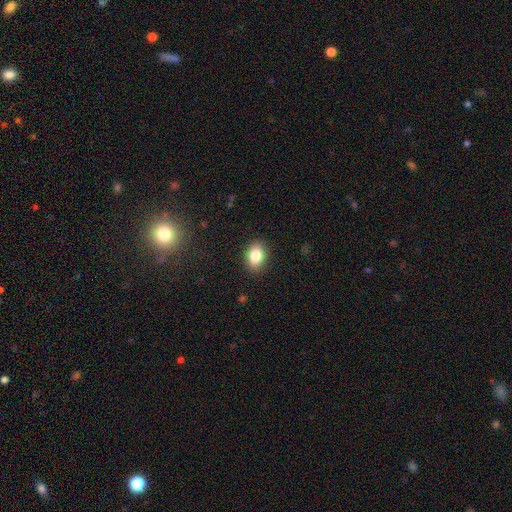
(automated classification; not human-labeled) smooth_or_featured: smooth (p=0.84) [alt: star or artifact p=0.09]
how_rounded: in between (p=0.76) [alt: round p=0.23]
merging: none (p=0.88) [alt: minor disturbance p=0.08]